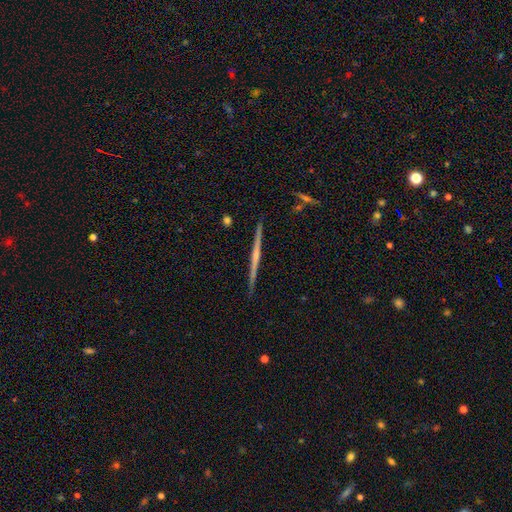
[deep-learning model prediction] Smooth or featured? featured or disk (71%)
Edge-on disk? yes (98%)
Edge-on bulge? none (63%)
Merging? none (91%)